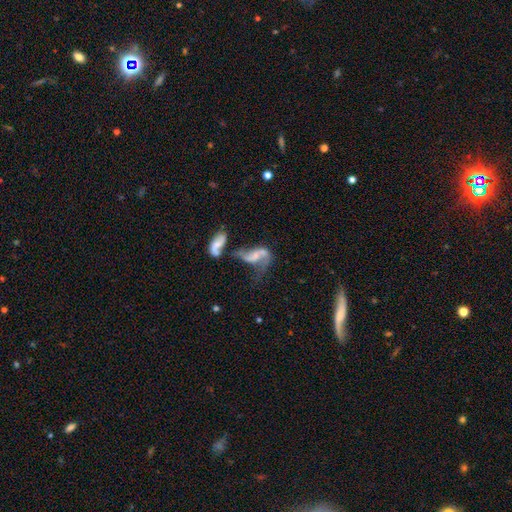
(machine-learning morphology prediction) A featured or disk galaxy (74%) with no bar (48%), 2 (80%) loose (76%) spiral arms (84%) and no central bulge (40%). Merging: merger (43%).